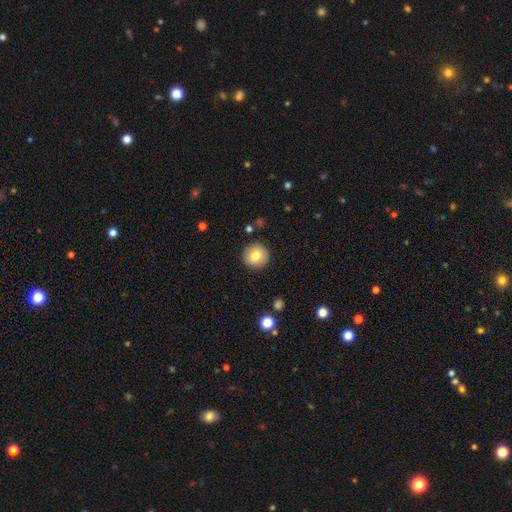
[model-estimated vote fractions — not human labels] A smooth galaxy with no disk features (81%) that is round (95%). Merging: none (90%).